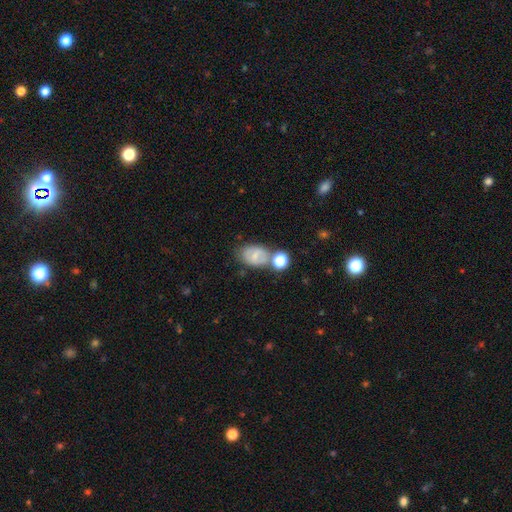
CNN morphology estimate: The model was most divided on "smooth or featured": smooth: 56%, featured or disk: 33%, star or artifact: 11%. More confident: how rounded — in between (75%); merging — none (52%).